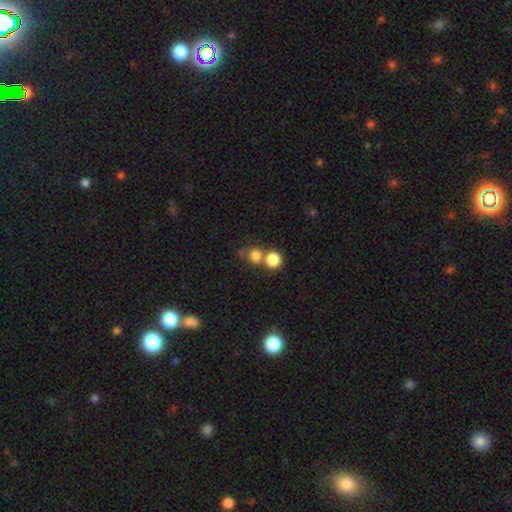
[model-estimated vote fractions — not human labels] A smooth galaxy with no disk features (79%) that is round (88%).

Vote fractions:
- Smooth or featured? smooth: 79% / star or artifact: 13% / featured or disk: 7%
- How rounded? round: 88% / in between: 11% / cigar-shaped: 1%
- Merging? none: 54% / merger: 36% / minor disturbance: 7% / major disturbance: 3%